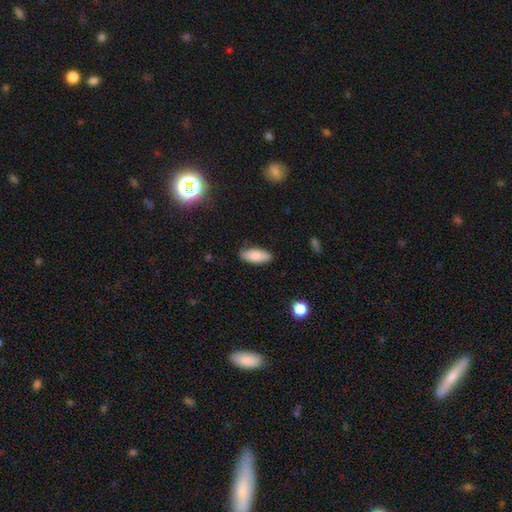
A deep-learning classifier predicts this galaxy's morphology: Smooth or featured? Predicted: smooth (p=0.85). How rounded? Predicted: in between (p=0.82). Merging? Predicted: none (p=0.82).